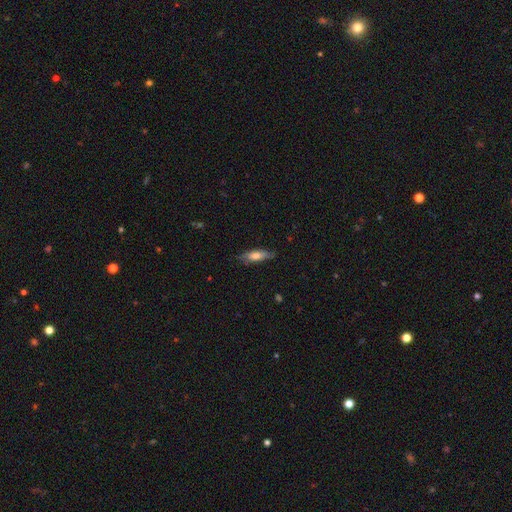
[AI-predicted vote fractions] Smooth or featured?
  - smooth: 58% *
  - featured or disk: 35%
  - star or artifact: 6%
How rounded?
  - cigar-shaped: 58% *
  - in between: 40%
  - round: 2%
Merging?
  - none: 80% *
  - minor disturbance: 16%
  - major disturbance: 3%
  - merger: 1%